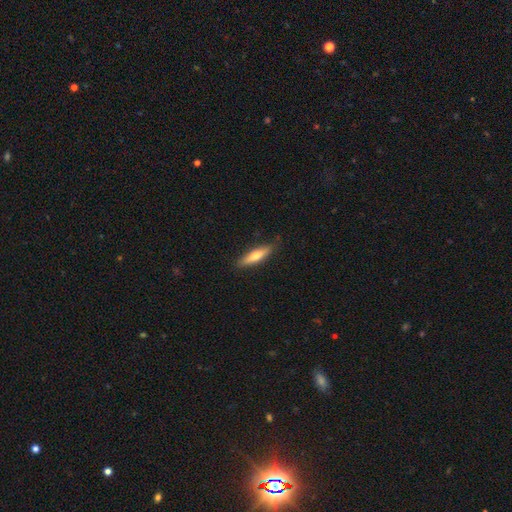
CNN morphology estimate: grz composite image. It shows a smooth galaxy with no disk features (62%) that is cigar-shaped (70%). Merging: none (85%).